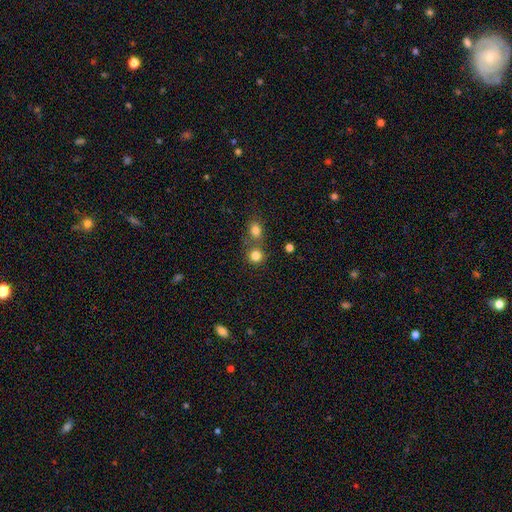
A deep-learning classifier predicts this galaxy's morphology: Smooth or featured: smooth — 82% (star or artifact — 12%)
How rounded: round — 88% (in between — 11%)
Merging: none — 62% (merger — 27%)